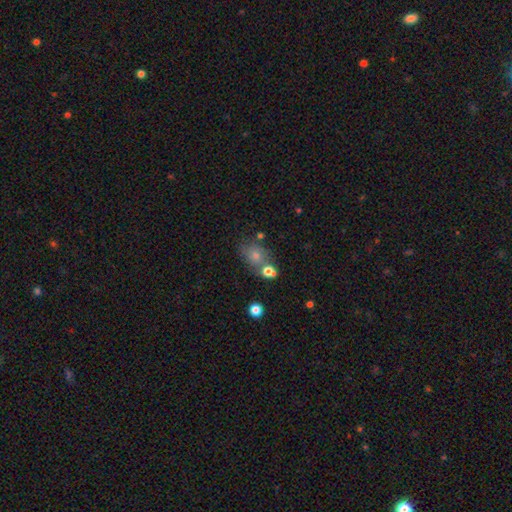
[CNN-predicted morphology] A smooth galaxy with no disk features (59%) that is in between round and cigar-shaped (50%). Merging: none (59%).